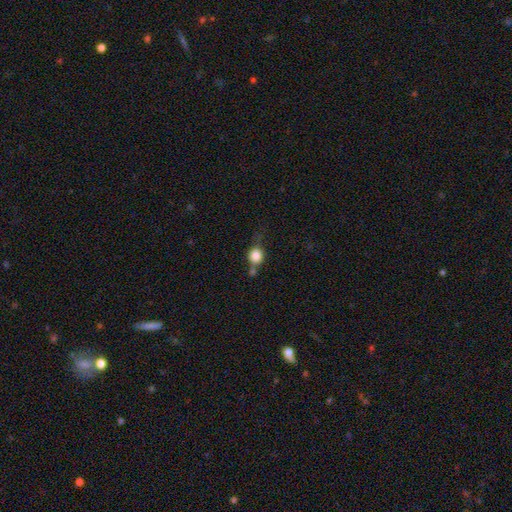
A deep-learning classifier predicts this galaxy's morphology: The model was most divided on "merging": none: 47%, merger: 23%, minor disturbance: 20%, major disturbance: 10%. More confident: how rounded — round (81%); smooth or featured — smooth (77%).